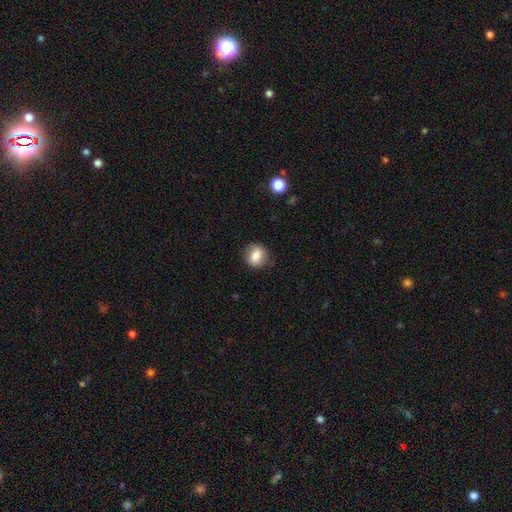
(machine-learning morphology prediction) Overall: smooth (84%). How rounded: round (74%). Merging: none (81%).